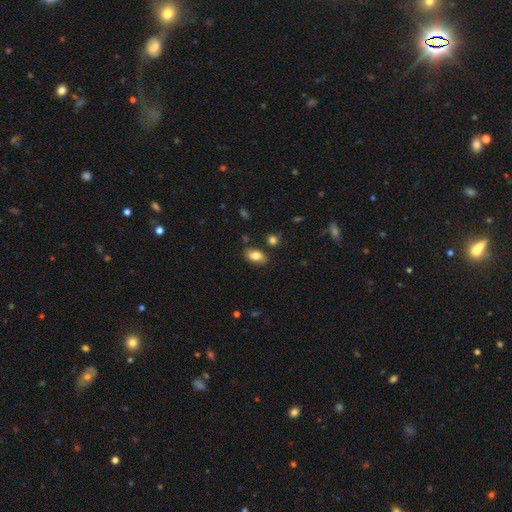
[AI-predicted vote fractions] Q: Smooth or featured?
A: smooth (82%); runner-up: featured or disk (9%)
Q: How rounded?
A: in between (87%); runner-up: round (11%)
Q: Merging?
A: none (78%); runner-up: minor disturbance (15%)